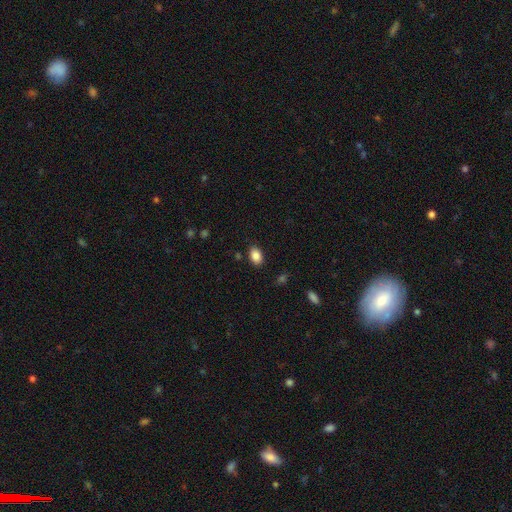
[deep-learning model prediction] A smooth galaxy with no disk features (88%) that is in between round and cigar-shaped (86%).

Vote fractions:
- Smooth or featured? smooth: 88% / star or artifact: 8% / featured or disk: 4%
- How rounded? in between: 86% / round: 13% / cigar-shaped: 1%
- Merging? none: 86% / minor disturbance: 10% / major disturbance: 3% / merger: 1%